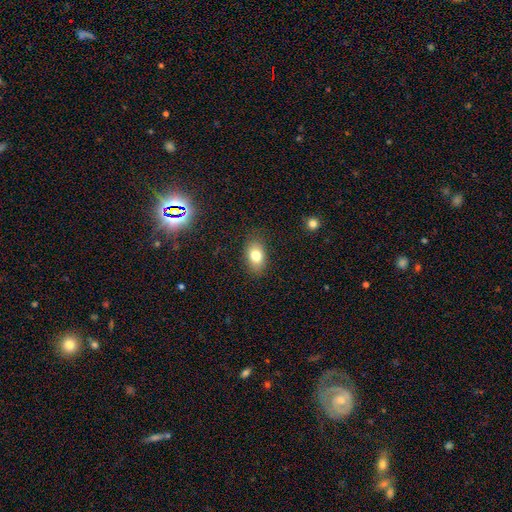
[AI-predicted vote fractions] This is likely a smooth galaxy (79%). How rounded: clearly in between (83%). Merging: clearly none (85%).